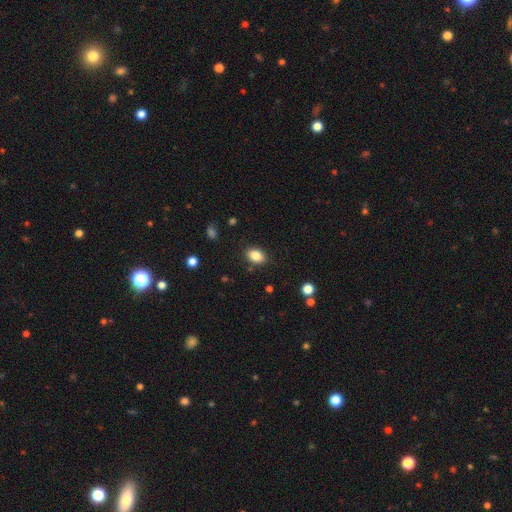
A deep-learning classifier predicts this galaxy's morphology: Smooth or featured: smooth — 86% (star or artifact — 9%)
How rounded: in between — 78% (round — 20%)
Merging: none — 86% (minor disturbance — 10%)